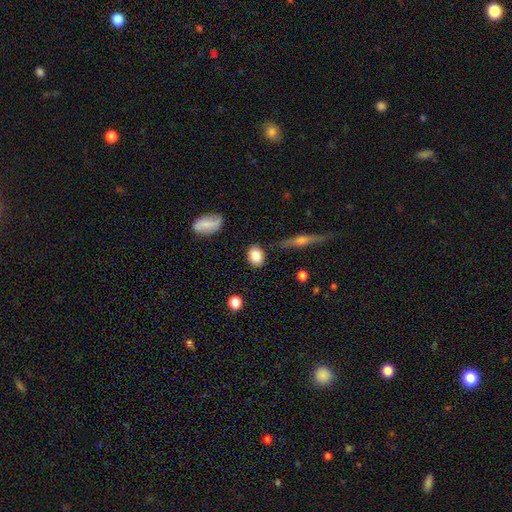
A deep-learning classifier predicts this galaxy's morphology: This is clearly a smooth galaxy (84%). How rounded: likely in between (61%). Merging: clearly none (83%).